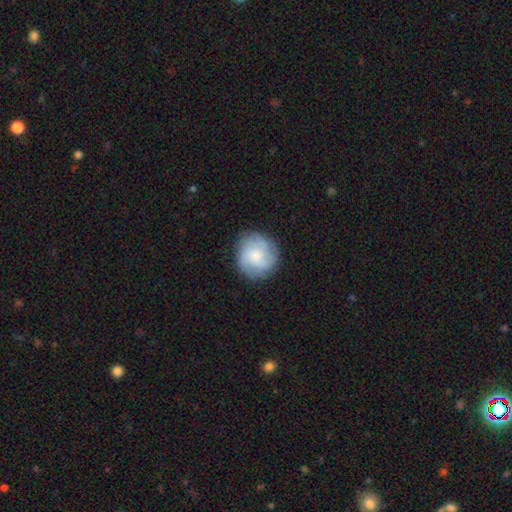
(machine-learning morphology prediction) The model was most divided on "spiral winding": tight: 44%, medium: 41%, loose: 16%. Remaining: edge-on disk — no (98%); spiral arms — yes (91%); merging — none (82%); bar — no (73%); smooth or featured — featured or disk (58%); bulge size — small (56%); spiral arm count — 3 (36%).